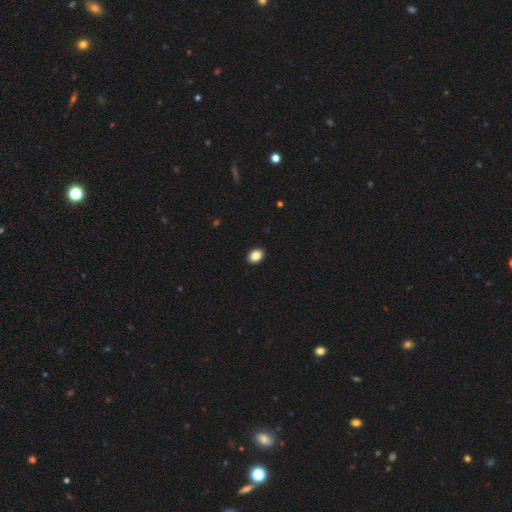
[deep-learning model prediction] Overall: smooth (88%). How rounded: in between (69%; round 30%). Merging: none (91%).